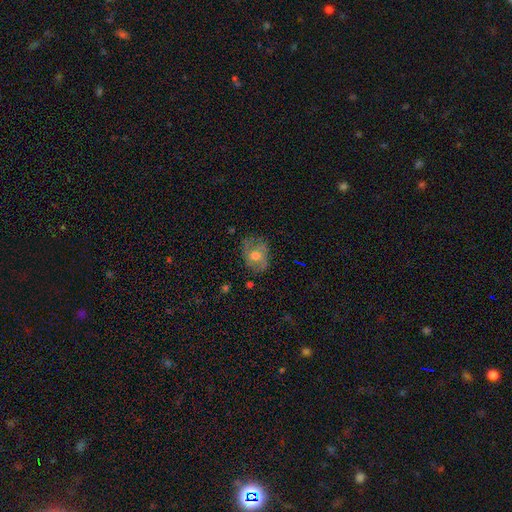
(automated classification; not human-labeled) Smooth or featured? Predicted: smooth (p=0.49). Merging? Predicted: none (p=0.59).